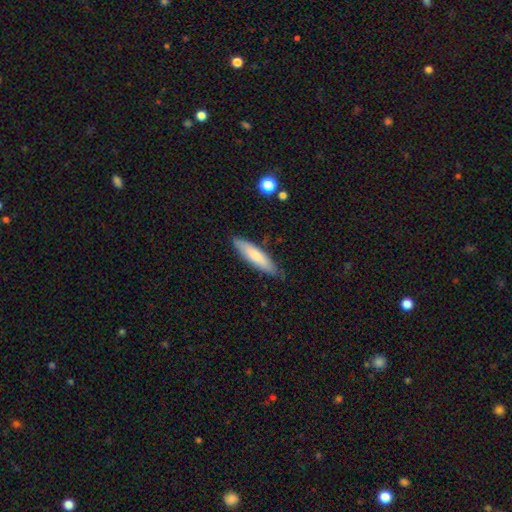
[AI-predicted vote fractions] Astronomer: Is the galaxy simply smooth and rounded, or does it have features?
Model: smooth — 72%.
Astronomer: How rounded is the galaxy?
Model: cigar-shaped — 71%.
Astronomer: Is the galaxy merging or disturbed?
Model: none — 81%.